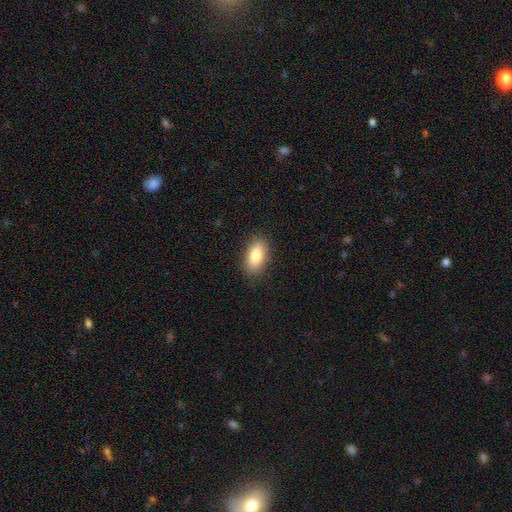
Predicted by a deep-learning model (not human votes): smooth_or_featured: smooth (p=0.83) [alt: featured or disk p=0.10]
how_rounded: in between (p=0.88) [alt: cigar-shaped p=0.06]
merging: none (p=0.87) [alt: minor disturbance p=0.09]